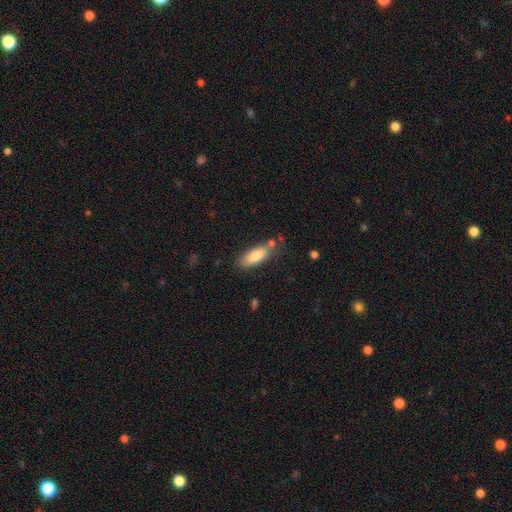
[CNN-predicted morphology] type=smooth (80%); roundness=in between (67%); merging=none (70%).